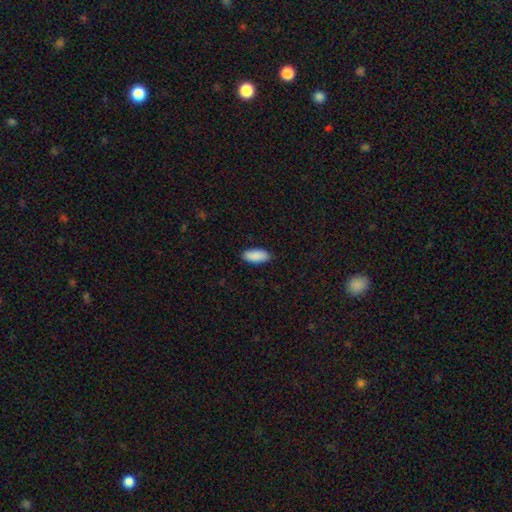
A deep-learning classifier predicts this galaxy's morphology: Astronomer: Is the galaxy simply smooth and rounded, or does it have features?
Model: smooth — 90%.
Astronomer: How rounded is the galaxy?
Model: in between — 88%.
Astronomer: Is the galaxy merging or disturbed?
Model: none — 89%.